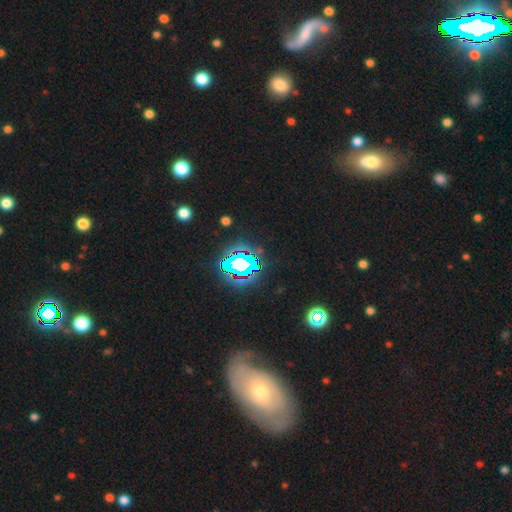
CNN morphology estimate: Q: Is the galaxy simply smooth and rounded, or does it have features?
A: star or artifact — 47%.